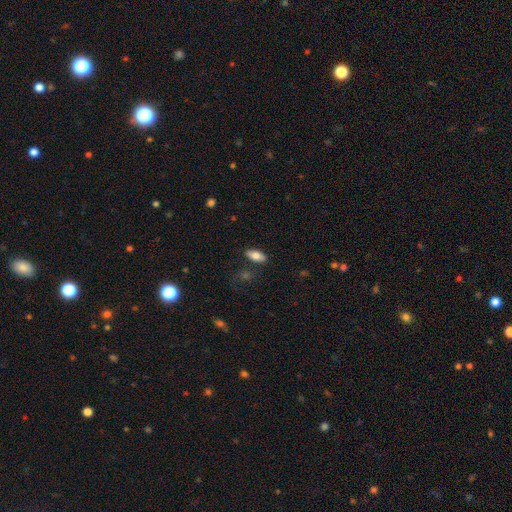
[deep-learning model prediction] This appears to be a smooth galaxy with no disk features (76%) that is in between round and cigar-shaped (87%). Merging: none (82%).